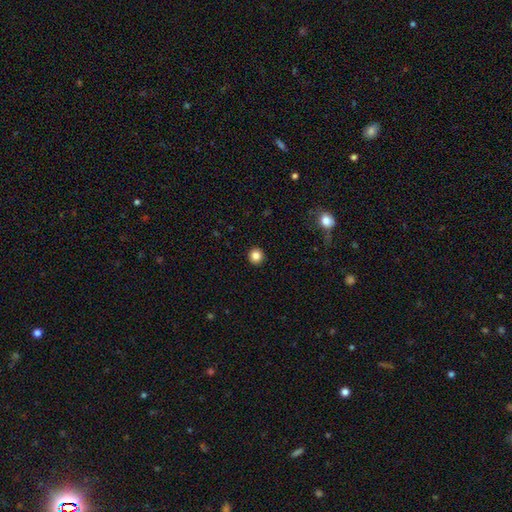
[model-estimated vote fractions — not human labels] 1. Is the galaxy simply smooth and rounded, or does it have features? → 85% smooth, 10% star or artifact, 4% featured or disk.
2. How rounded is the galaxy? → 94% round, 5% in between, 1% cigar-shaped.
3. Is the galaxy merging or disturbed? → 93% none, 4% minor disturbance, 1% major disturbance, 1% merger.